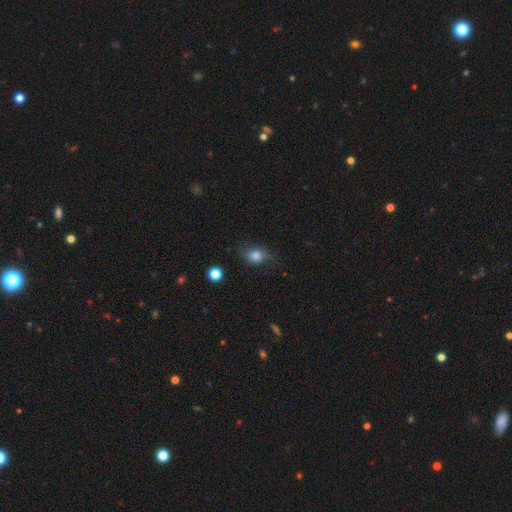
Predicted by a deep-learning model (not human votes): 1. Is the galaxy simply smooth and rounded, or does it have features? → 80% smooth, 10% featured or disk, 10% star or artifact.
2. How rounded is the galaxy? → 53% in between, 45% round, 2% cigar-shaped.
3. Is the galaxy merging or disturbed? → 65% none, 23% minor disturbance, 10% major disturbance, 2% merger.